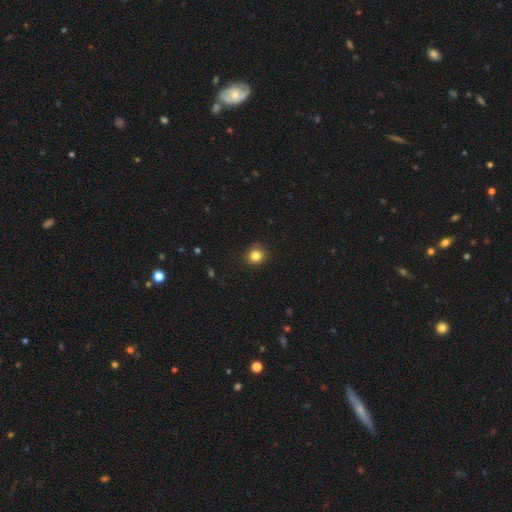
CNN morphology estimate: This is clearly a smooth galaxy (83%). How rounded: clearly round (87%). Merging: clearly none (87%).